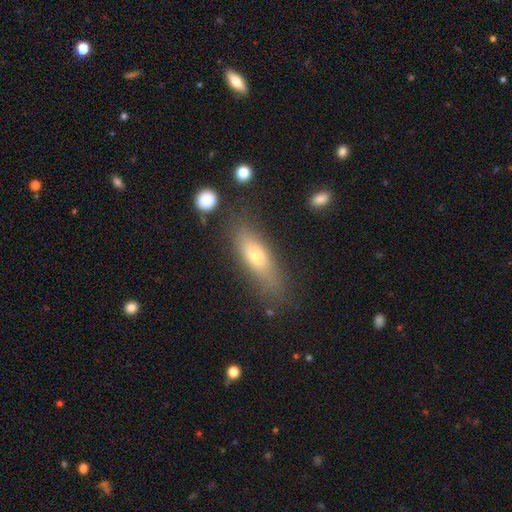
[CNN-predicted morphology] The model was most divided on "how rounded": cigar-shaped: 50%, in between: 47%, round: 3%. More confident: merging — none (72%); smooth or featured — smooth (63%).